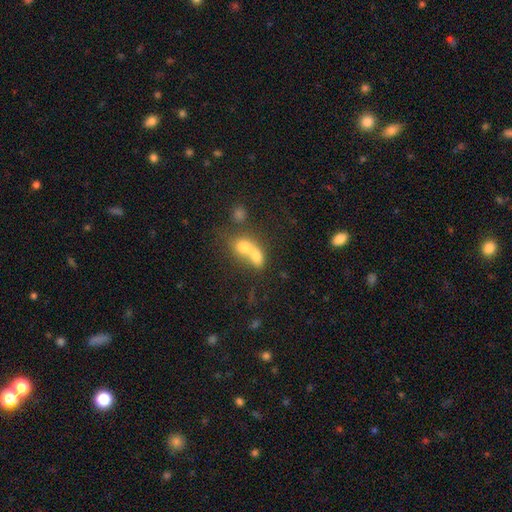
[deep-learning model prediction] smooth 72%, featured or disk 18%, star or artifact 11%. Down the decision tree: how rounded — in between (56%); merging — merger (74%).